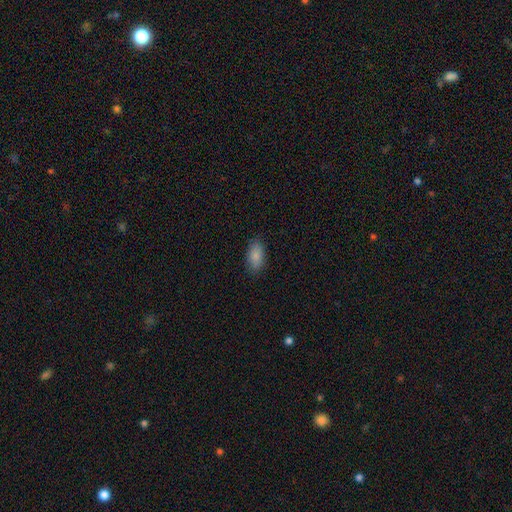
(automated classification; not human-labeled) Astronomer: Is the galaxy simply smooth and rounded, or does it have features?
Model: smooth — 87%.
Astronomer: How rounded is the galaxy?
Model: in between — 93%.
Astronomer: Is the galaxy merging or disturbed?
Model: none — 85%.